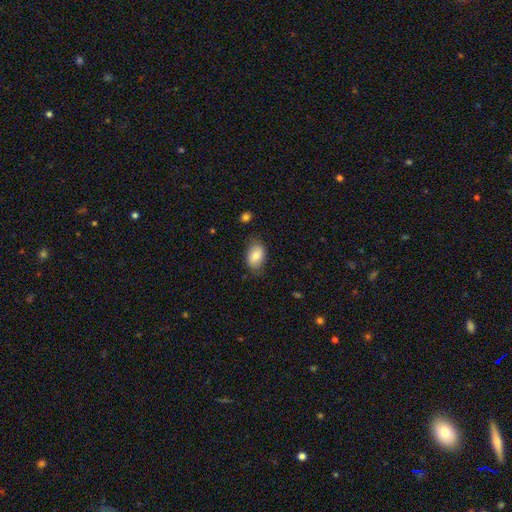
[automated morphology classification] smooth 81%, featured or disk 12%, star or artifact 7%. Down the decision tree: how rounded — in between (87%); merging — none (73%).